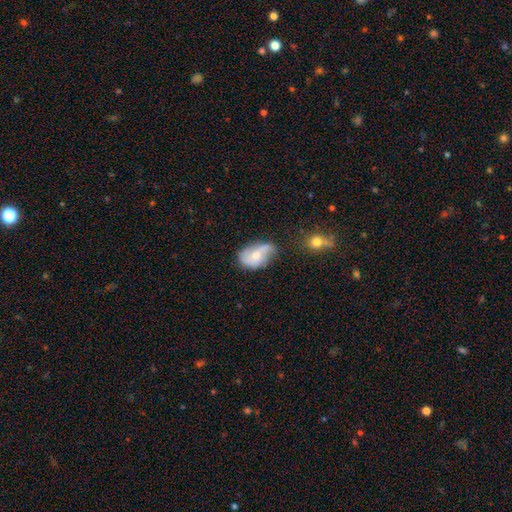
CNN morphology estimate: This appears to be a featured or disk galaxy (49%). Merging: none (48%).